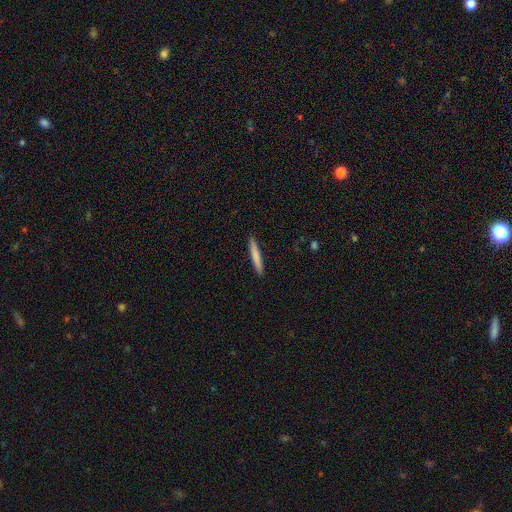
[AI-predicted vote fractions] Morphology: type=smooth (75%); roundness=cigar-shaped (96%); merging=none (91%).